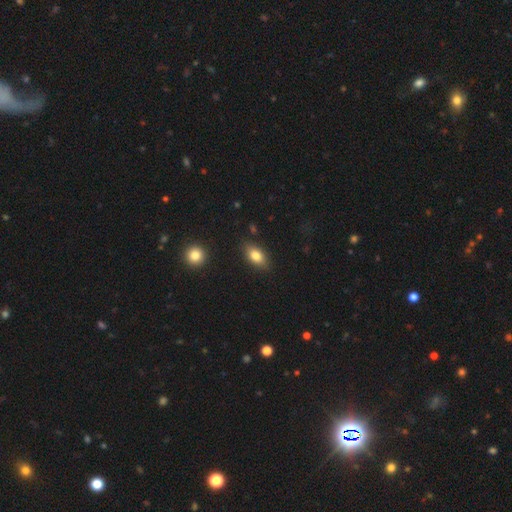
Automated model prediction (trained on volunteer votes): Smooth or featured? Predicted: smooth (p=0.81). How rounded? Predicted: in between (p=0.87). Merging? Predicted: none (p=0.84).